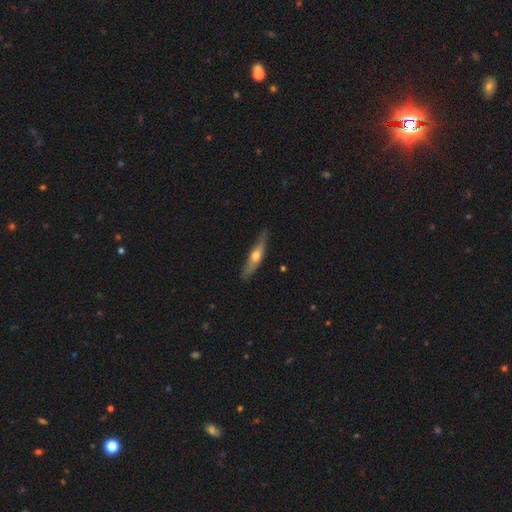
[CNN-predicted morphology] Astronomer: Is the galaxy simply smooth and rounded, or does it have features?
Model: featured or disk — 57% (runner-up: smooth, 37%).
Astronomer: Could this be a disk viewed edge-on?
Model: yes — 91%.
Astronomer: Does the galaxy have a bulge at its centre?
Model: rounded — 92%.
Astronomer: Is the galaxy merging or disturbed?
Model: none — 82%.